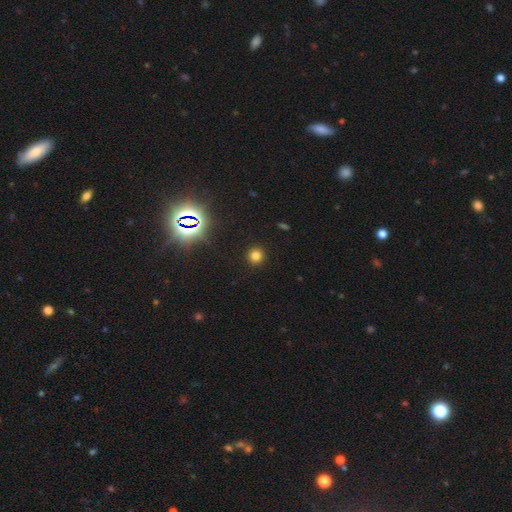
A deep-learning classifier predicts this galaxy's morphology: Q: Smooth or featured?
A: smooth (75%); runner-up: star or artifact (19%)
Q: How rounded?
A: round (93%); runner-up: in between (6%)
Q: Merging?
A: none (92%); runner-up: minor disturbance (5%)